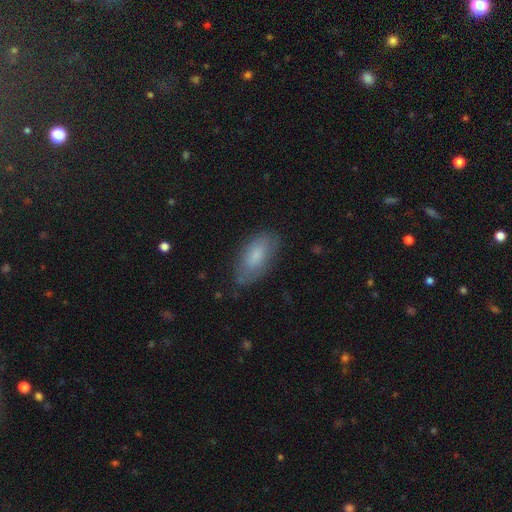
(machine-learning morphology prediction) smooth-or-featured: smooth: 76% | featured or disk: 17% | star or artifact: 6%
  how-rounded: in between: 90% | cigar-shaped: 8% | round: 2%
  merging: none: 74% | minor disturbance: 20% | major disturbance: 5% | merger: 1%